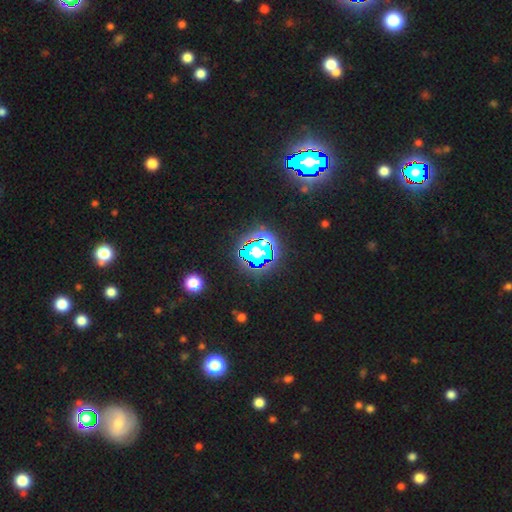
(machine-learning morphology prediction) star or artifact 67%, smooth 20%, featured or disk 13%.